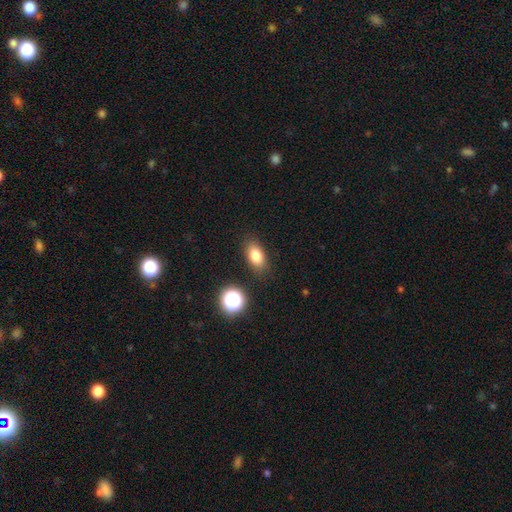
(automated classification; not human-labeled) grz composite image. It shows a smooth galaxy with no disk features (79%) that is in between round and cigar-shaped (84%). Merging: none (85%).